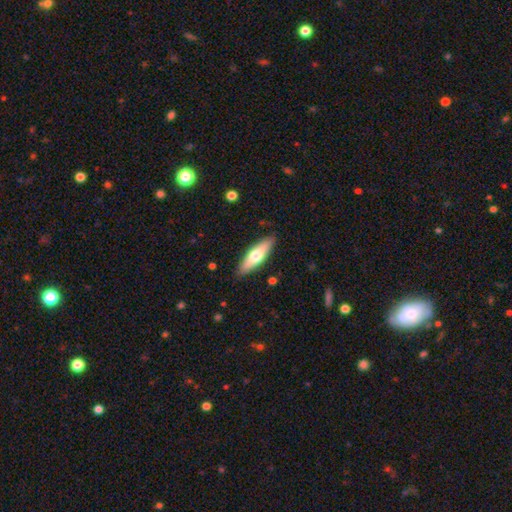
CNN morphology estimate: Smooth or featured: smooth — 55% (featured or disk — 39%)
How rounded: cigar-shaped — 58% (in between — 40%)
Merging: none — 88% (minor disturbance — 9%)